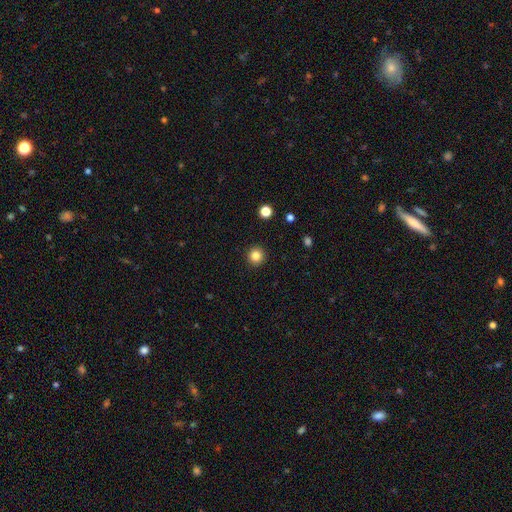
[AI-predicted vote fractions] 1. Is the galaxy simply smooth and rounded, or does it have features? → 84% smooth, 12% star or artifact, 5% featured or disk.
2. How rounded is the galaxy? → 95% round, 4% in between, 1% cigar-shaped.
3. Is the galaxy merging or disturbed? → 93% none, 5% minor disturbance, 2% major disturbance, 1% merger.